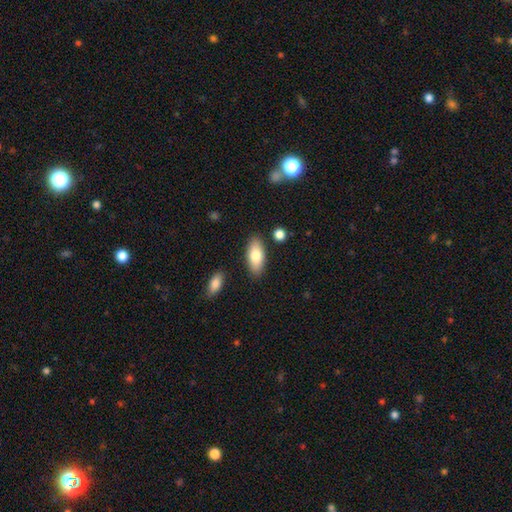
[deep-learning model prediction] A smooth galaxy with no disk features (79%) that is in between round and cigar-shaped (88%). Merging: none (86%).